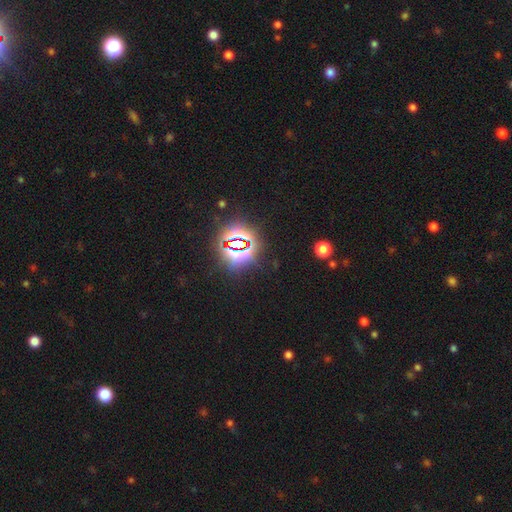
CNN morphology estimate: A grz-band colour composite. It shows a star or artifact, not a galaxy (81%).